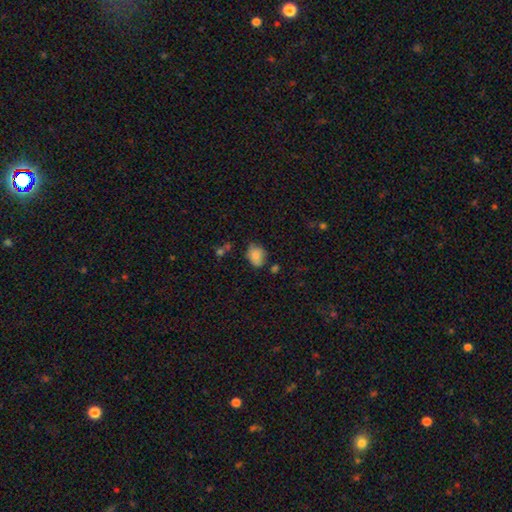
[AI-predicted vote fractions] Smooth or featured?
  - smooth: 84% *
  - star or artifact: 9%
  - featured or disk: 7%
How rounded?
  - in between: 64% *
  - round: 35%
  - cigar-shaped: 1%
Merging?
  - none: 60% *
  - minor disturbance: 27%
  - major disturbance: 7%
  - merger: 6%